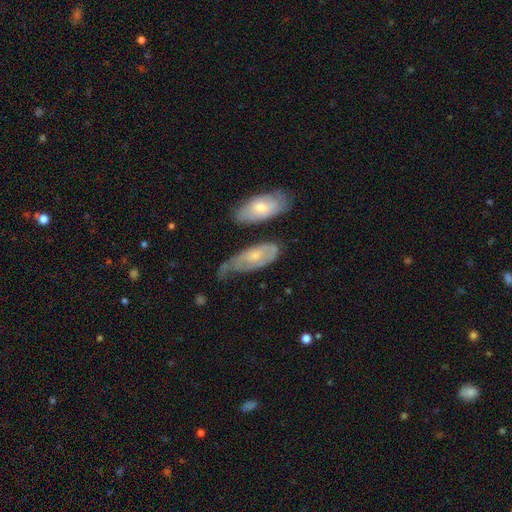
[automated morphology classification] Smooth or featured? Predicted: featured or disk (p=0.58). Edge-on disk? Predicted: no (p=0.88). Bar? Predicted: no (p=0.75). Spiral arms? Predicted: yes (p=0.69). Bulge size? Predicted: small (p=0.58). Merging? Predicted: none (p=0.37).